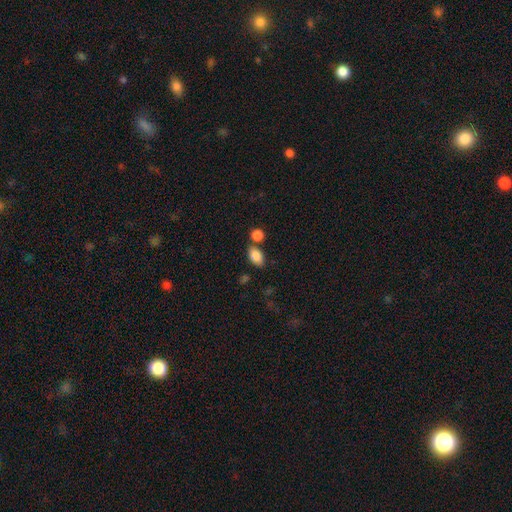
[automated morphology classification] Smooth or featured: smooth — 86% (star or artifact — 8%)
How rounded: in between — 89% (round — 9%)
Merging: none — 64% (merger — 20%)